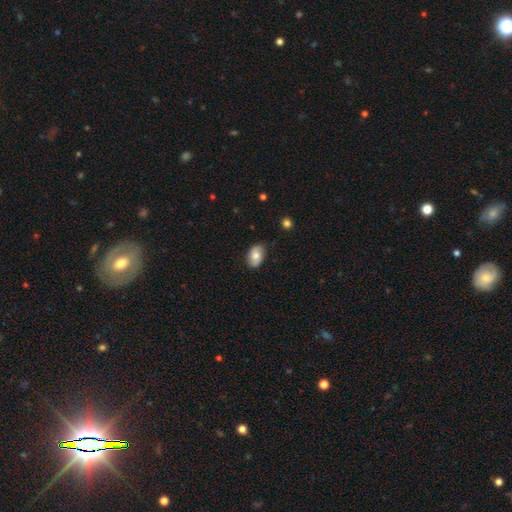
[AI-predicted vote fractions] Morphology: type=smooth (73%); roundness=in between (87%); merging=none (79%).